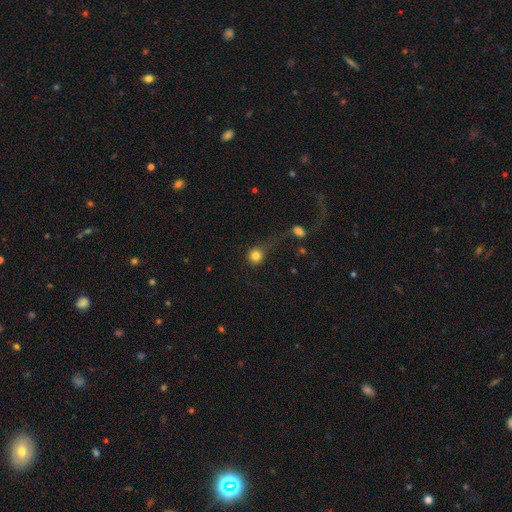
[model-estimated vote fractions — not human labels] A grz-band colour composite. It shows a smooth galaxy with no disk features (81%) that is round (92%). Merging: none (64%).